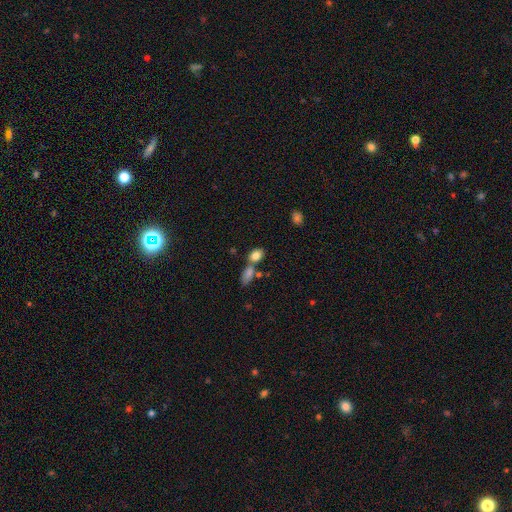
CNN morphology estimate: This is clearly a smooth galaxy (82%). How rounded: likely in between (75%). Merging: possibly none (48%).